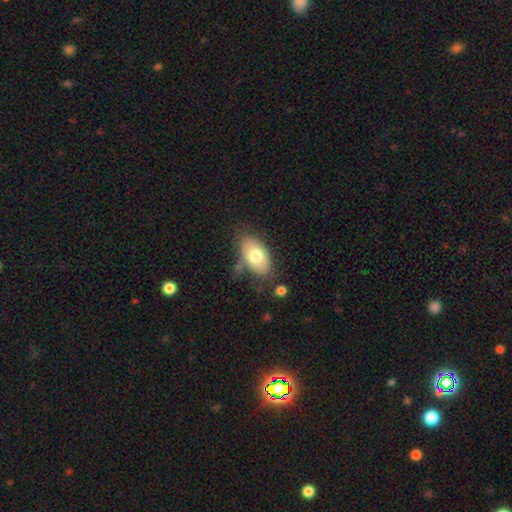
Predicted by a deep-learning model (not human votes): Smooth or featured?
  - smooth: 66% *
  - featured or disk: 22%
  - star or artifact: 12%
How rounded?
  - in between: 90% *
  - round: 7%
  - cigar-shaped: 3%
Merging?
  - none: 66% *
  - minor disturbance: 22%
  - major disturbance: 6%
  - merger: 6%